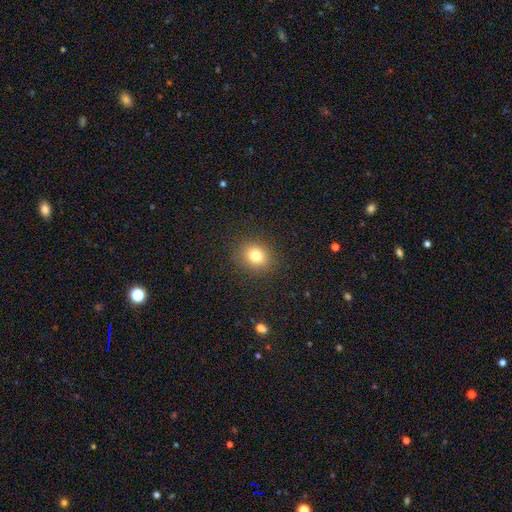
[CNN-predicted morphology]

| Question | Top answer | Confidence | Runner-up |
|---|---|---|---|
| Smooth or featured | smooth | 79% | star or artifact (13%) |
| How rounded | round | 72% | in between (27%) |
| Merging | none | 88% | minor disturbance (8%) |